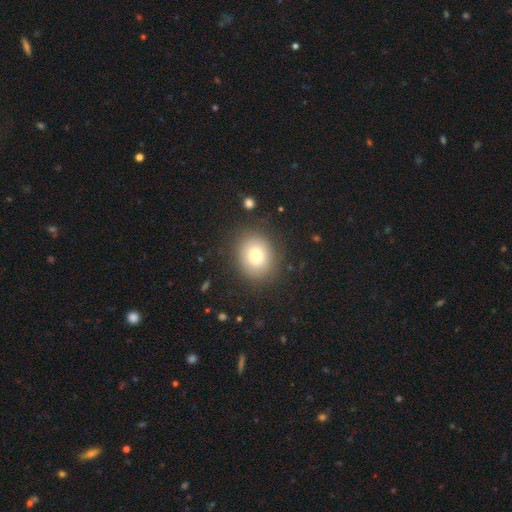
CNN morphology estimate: Smooth or featured: smooth — 74% (featured or disk — 15%)
How rounded: round — 69% (in between — 30%)
Merging: none — 83% (minor disturbance — 11%)